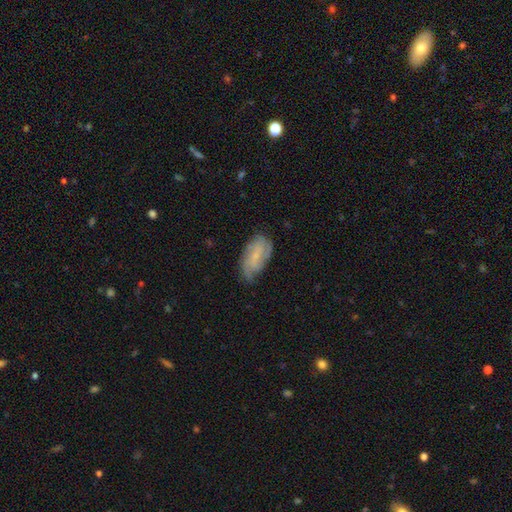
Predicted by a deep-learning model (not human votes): Morphology: type=featured or disk (60%); edge-on=no (95%); bar=no (52%); spiral arms=yes (88%); winding=tight (41%); arm count=can't tell (36%); bulge=small (65%); merging=none (63%).